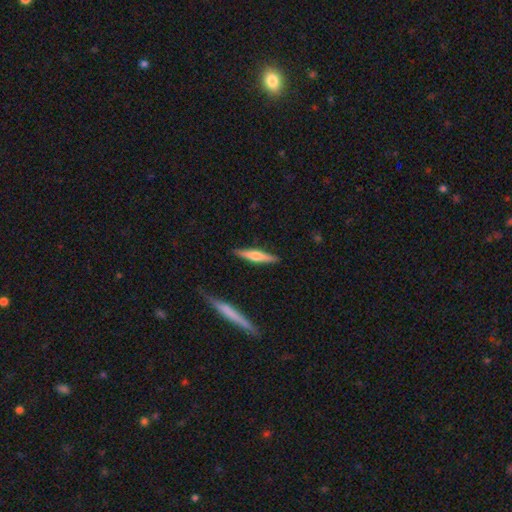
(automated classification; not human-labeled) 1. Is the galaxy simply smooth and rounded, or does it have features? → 48% smooth, 46% featured or disk, 6% star or artifact.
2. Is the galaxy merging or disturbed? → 88% none, 9% minor disturbance, 2% merger, 2% major disturbance.